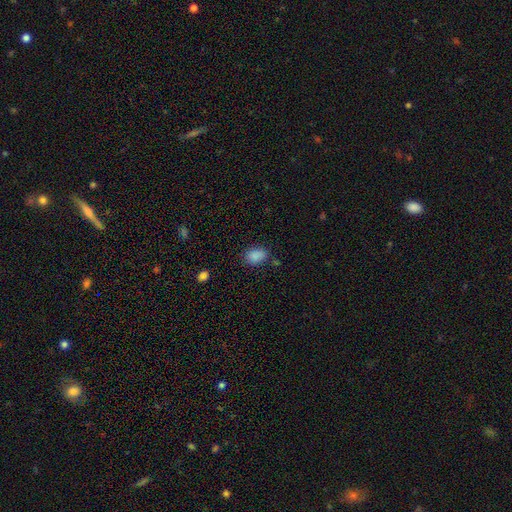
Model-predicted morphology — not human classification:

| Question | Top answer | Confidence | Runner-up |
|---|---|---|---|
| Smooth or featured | smooth | 87% | star or artifact (9%) |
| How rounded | in between | 81% | round (18%) |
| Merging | none | 76% | minor disturbance (17%) |